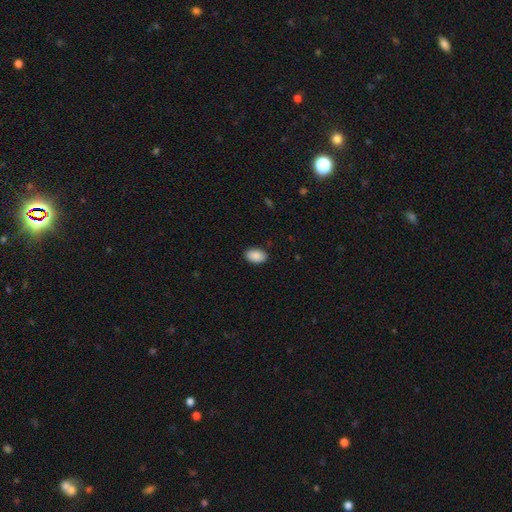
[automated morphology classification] smooth 90%, star or artifact 7%, featured or disk 3%. Down the decision tree: how rounded — in between (92%); merging — none (88%).